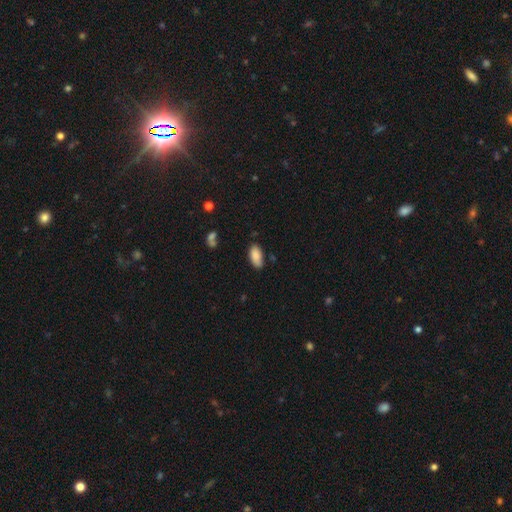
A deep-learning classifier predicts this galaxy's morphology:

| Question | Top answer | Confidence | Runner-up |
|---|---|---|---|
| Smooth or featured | smooth | 88% | star or artifact (7%) |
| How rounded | in between | 92% | cigar-shaped (6%) |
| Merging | none | 76% | minor disturbance (18%) |